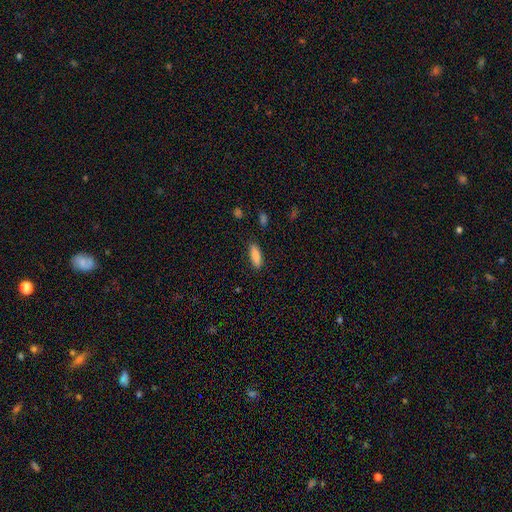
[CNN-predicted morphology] Smooth or featured?
  - smooth: 83% *
  - featured or disk: 10%
  - star or artifact: 7%
How rounded?
  - in between: 56% *
  - cigar-shaped: 42%
  - round: 2%
Merging?
  - none: 87% *
  - minor disturbance: 9%
  - major disturbance: 2%
  - merger: 1%